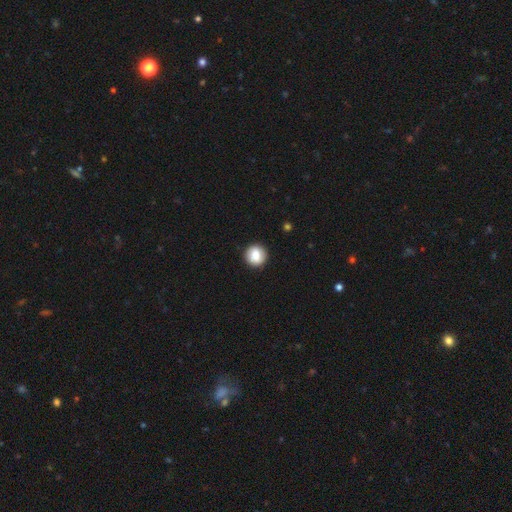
This is likely a smooth galaxy (78%). How rounded: clearly round (94%). Merging: clearly none (86%).